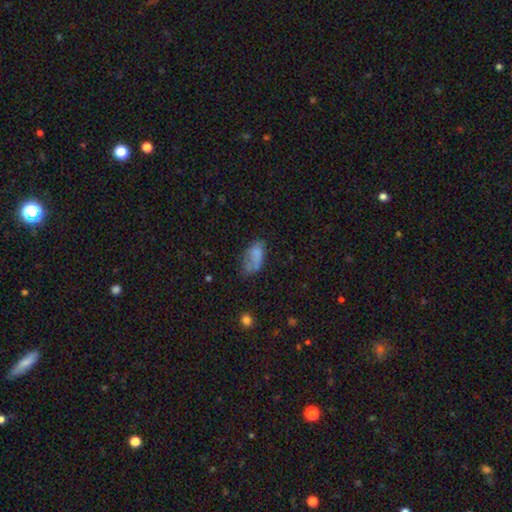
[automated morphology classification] Smooth or featured? Predicted: smooth (p=0.65). How rounded? Predicted: in between (p=0.90). Merging? Predicted: none (p=0.35).